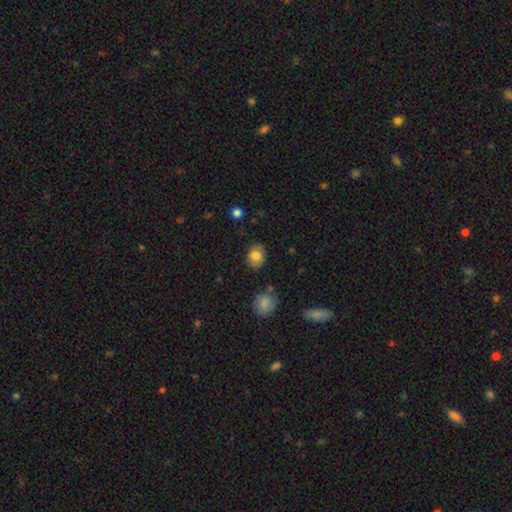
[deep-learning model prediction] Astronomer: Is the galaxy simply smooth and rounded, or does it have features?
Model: smooth — 81%.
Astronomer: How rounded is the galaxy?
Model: round — 50% (runner-up: in between, 49%).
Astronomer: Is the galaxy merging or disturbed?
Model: none — 82%.